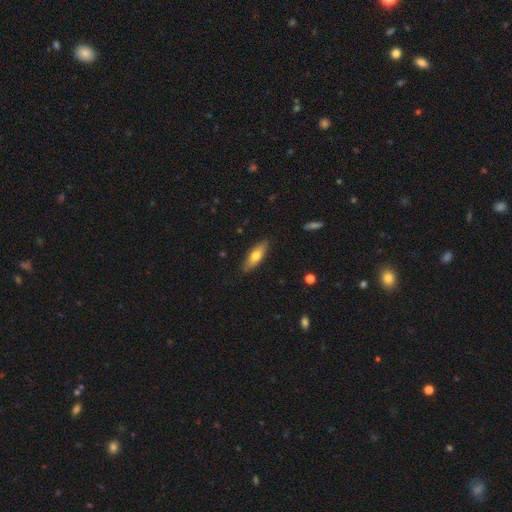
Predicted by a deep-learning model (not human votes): smooth 64%, featured or disk 30%, star or artifact 6%. Down the decision tree: how rounded — in between (57%); merging — none (86%).